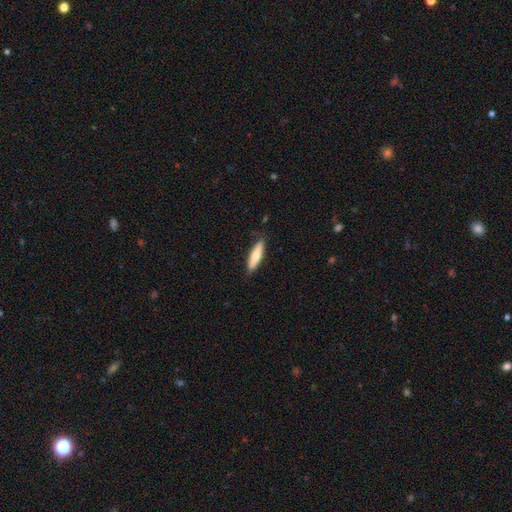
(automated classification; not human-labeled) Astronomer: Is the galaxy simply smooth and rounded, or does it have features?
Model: smooth — 65%.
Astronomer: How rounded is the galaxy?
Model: cigar-shaped — 73%.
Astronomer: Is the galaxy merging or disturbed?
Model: none — 85%.